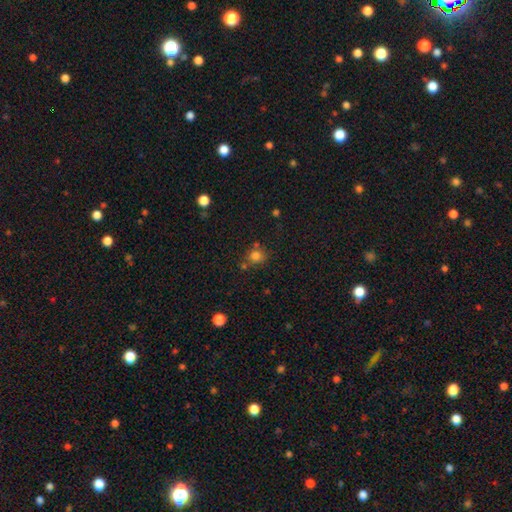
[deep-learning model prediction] The model was most divided on "merging": none: 66%, merger: 15%, minor disturbance: 14%, major disturbance: 4%. More confident: smooth or featured — smooth (78%); how rounded — round (76%).